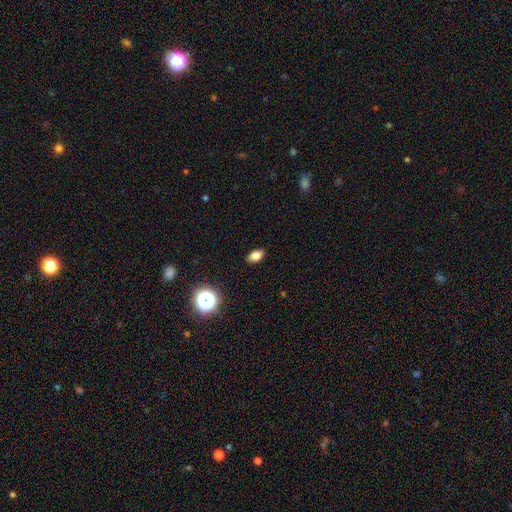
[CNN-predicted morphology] This is likely a smooth galaxy (79%). How rounded: clearly in between (85%). Merging: clearly none (89%).